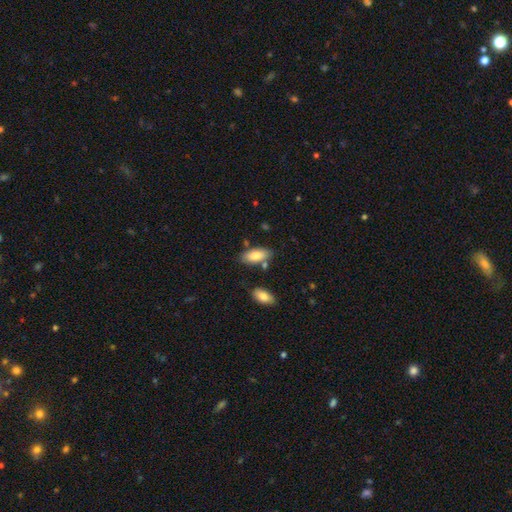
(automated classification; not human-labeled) smooth-or-featured: smooth: 81% | featured or disk: 13% | star or artifact: 6%
  how-rounded: in between: 86% | cigar-shaped: 12% | round: 2%
  merging: none: 76% | minor disturbance: 14% | merger: 7% | major disturbance: 3%